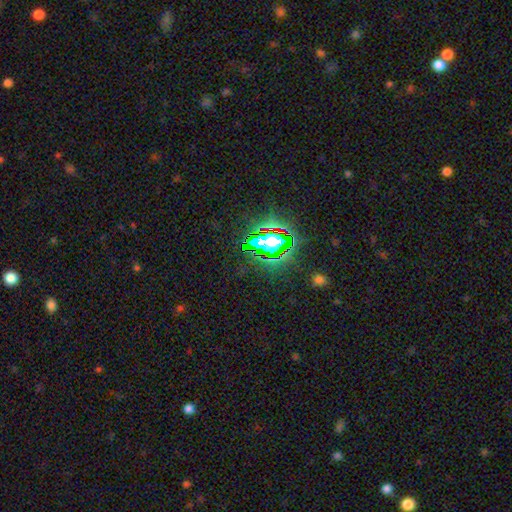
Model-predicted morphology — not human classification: Q: Smooth or featured?
A: star or artifact (77%); runner-up: smooth (14%)